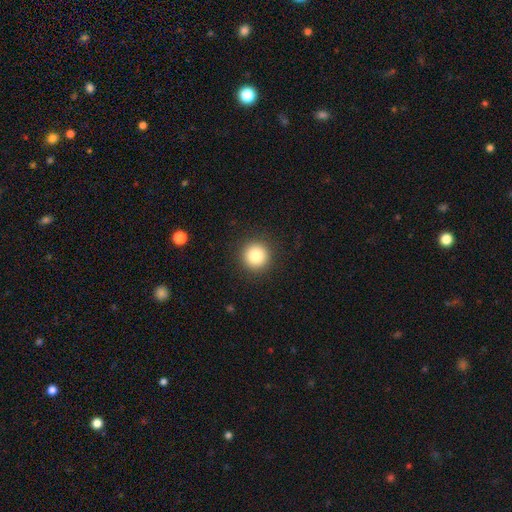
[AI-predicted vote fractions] Smooth or featured: smooth — 85% (star or artifact — 10%)
How rounded: round — 95% (in between — 4%)
Merging: none — 92% (minor disturbance — 5%)